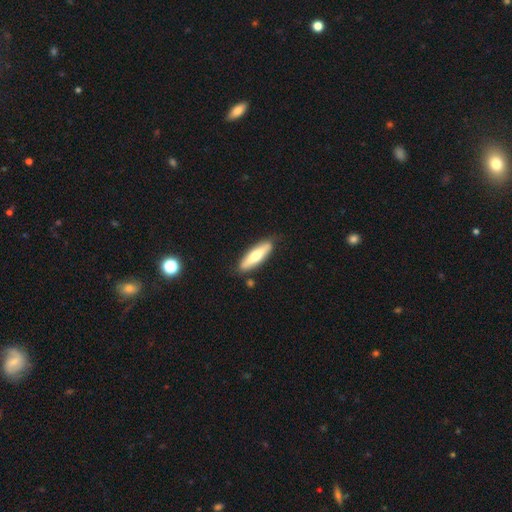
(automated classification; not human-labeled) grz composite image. It shows a smooth galaxy with no disk features (60%) that is cigar-shaped (67%). Merging: none (83%).